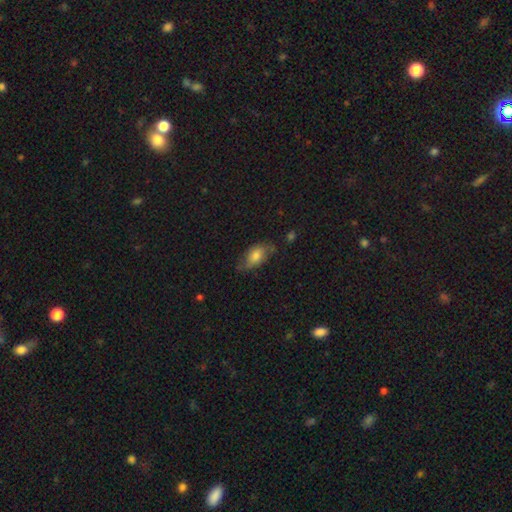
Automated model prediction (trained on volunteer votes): A smooth galaxy with no disk features (65%) that is in between round and cigar-shaped (88%).

Vote fractions:
- Smooth or featured? smooth: 65% / featured or disk: 26% / star or artifact: 8%
- How rounded? in between: 88% / round: 6% / cigar-shaped: 5%
- Merging? none: 62% / minor disturbance: 27% / major disturbance: 8% / merger: 2%